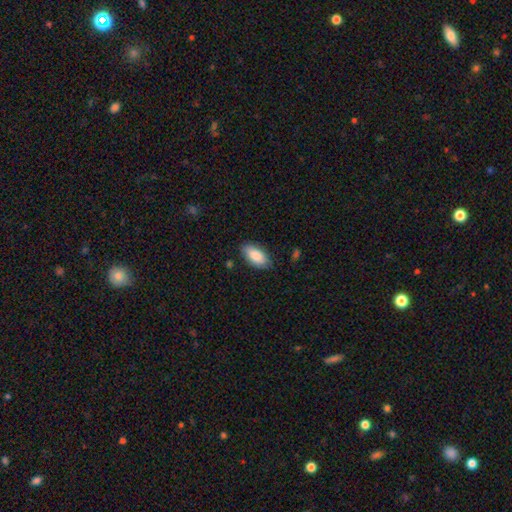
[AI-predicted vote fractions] Smooth or featured? smooth (86%)
How rounded? in between (92%)
Merging? none (82%)